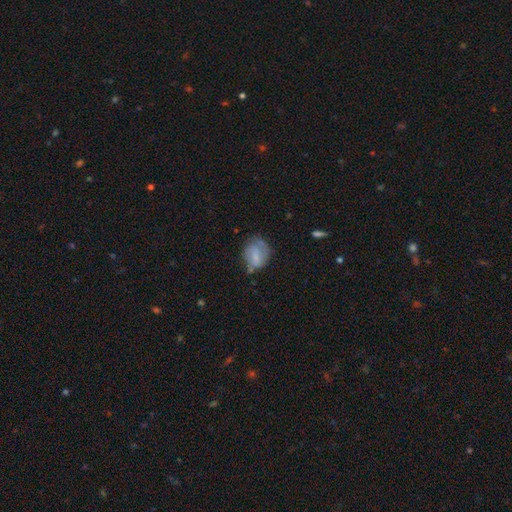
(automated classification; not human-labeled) smooth_or_featured: smooth (p=0.62) [alt: featured or disk p=0.29]
how_rounded: in between (p=0.57) [alt: round p=0.41]
merging: none (p=0.43) [alt: minor disturbance p=0.34]